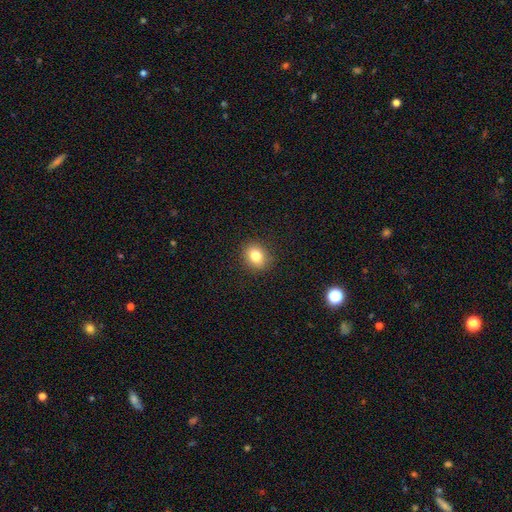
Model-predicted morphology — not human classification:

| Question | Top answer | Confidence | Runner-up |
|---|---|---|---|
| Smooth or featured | smooth | 81% | star or artifact (11%) |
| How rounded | round | 62% | in between (37%) |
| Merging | none | 88% | minor disturbance (8%) |